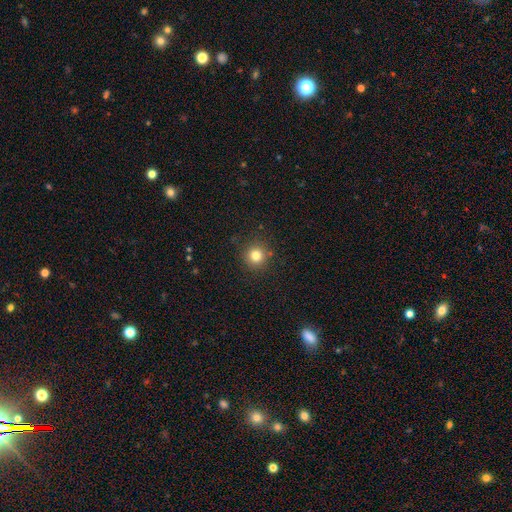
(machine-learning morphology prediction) A smooth galaxy with no disk features (80%) that is round (94%). Merging: none (88%).